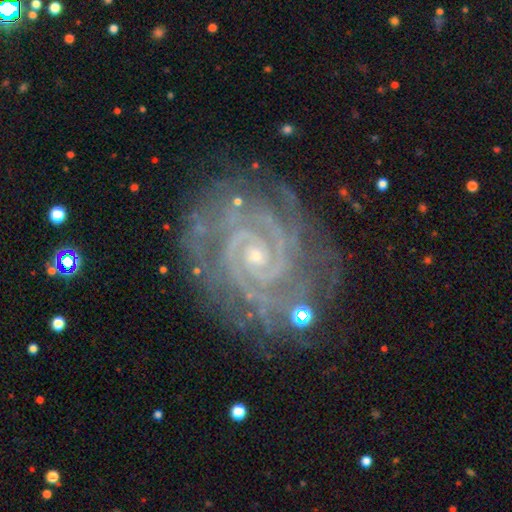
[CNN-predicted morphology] Smooth or featured: featured or disk — 92% (star or artifact — 6%)
Edge-on disk: no — 98% (yes — 2%)
Bar: no — 63% (weak — 25%)
Spiral arms: yes — 99% (no — 1%)
Spiral winding: tight — 82% (medium — 16%)
Spiral arm count: 2 — 50% (3 — 16%)
Bulge size: small — 78% (moderate — 18%)
Merging: none — 79% (minor disturbance — 15%)